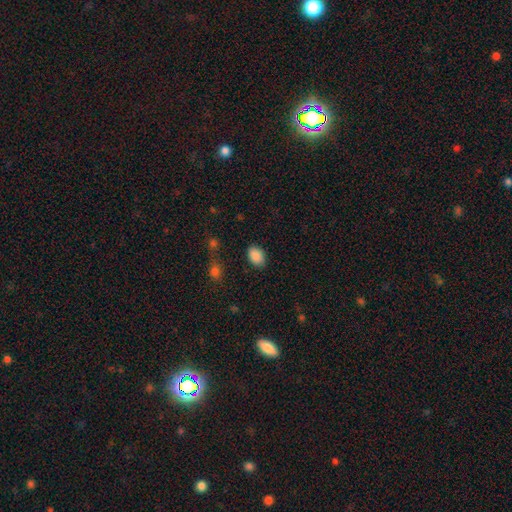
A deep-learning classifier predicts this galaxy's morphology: smooth 88%, star or artifact 8%, featured or disk 3%. Down the decision tree: how rounded — in between (80%); merging — none (83%).